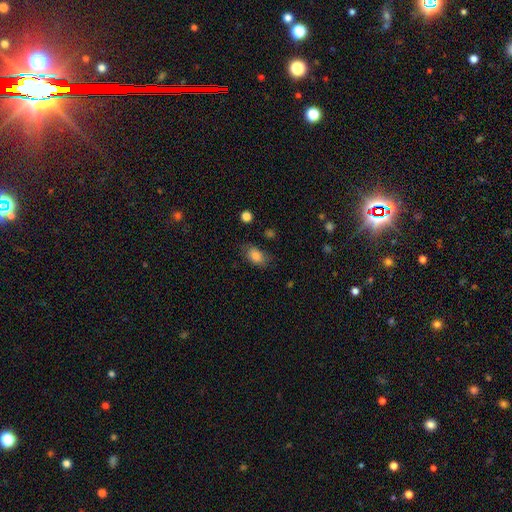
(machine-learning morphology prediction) smooth-or-featured: smooth: 81% | featured or disk: 10% | star or artifact: 9%
  how-rounded: in between: 86% | round: 12% | cigar-shaped: 2%
  merging: none: 74% | minor disturbance: 19% | major disturbance: 5% | merger: 2%